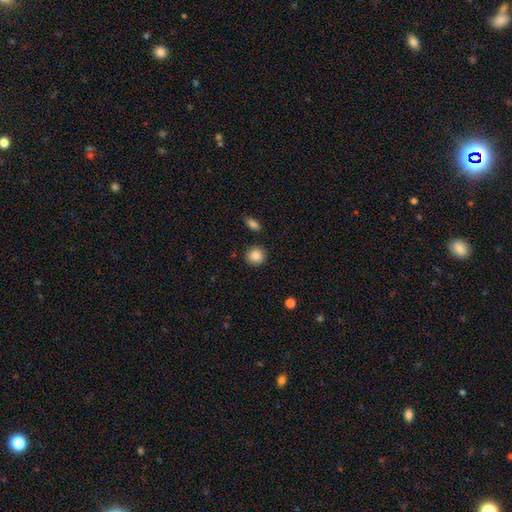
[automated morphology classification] Smooth or featured: smooth — 87% (star or artifact — 8%)
How rounded: round — 89% (in between — 10%)
Merging: none — 89% (minor disturbance — 7%)